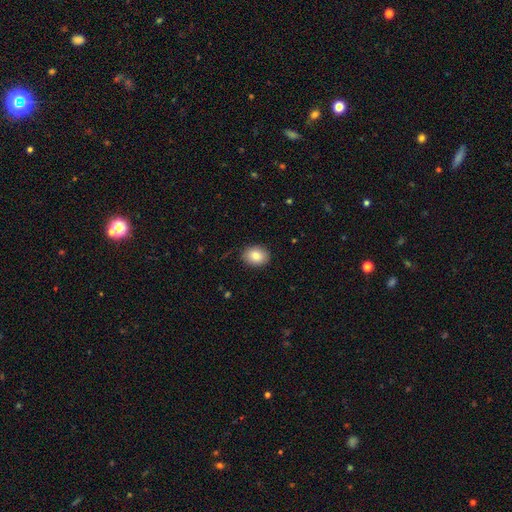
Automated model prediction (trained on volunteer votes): This is clearly a smooth galaxy (84%). How rounded: possibly in between (53%). Merging: clearly none (88%).